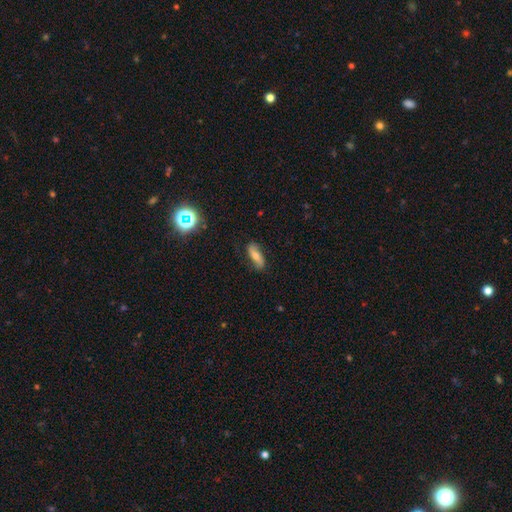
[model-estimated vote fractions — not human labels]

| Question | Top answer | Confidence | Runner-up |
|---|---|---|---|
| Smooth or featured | smooth | 53% | featured or disk (38%) |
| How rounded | in between | 59% | cigar-shaped (38%) |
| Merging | none | 78% | minor disturbance (17%) |